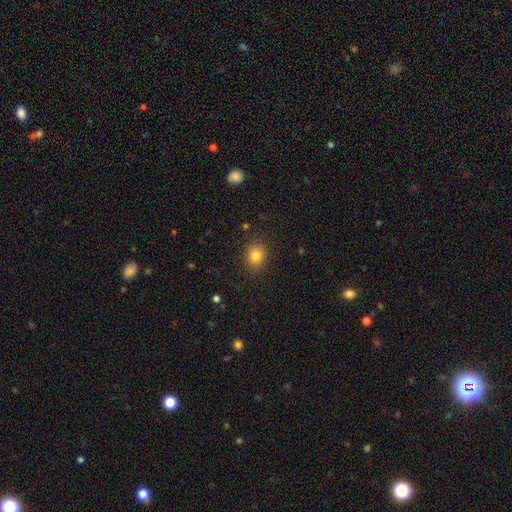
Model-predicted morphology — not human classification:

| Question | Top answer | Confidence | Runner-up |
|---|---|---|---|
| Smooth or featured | smooth | 84% | star or artifact (11%) |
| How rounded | round | 67% | in between (32%) |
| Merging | none | 87% | minor disturbance (8%) |